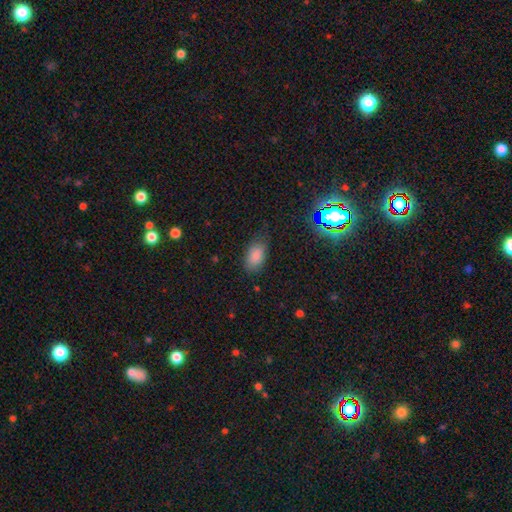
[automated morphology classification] smooth 82%, star or artifact 11%, featured or disk 7%. Down the decision tree: how rounded — in between (91%); merging — none (66%).